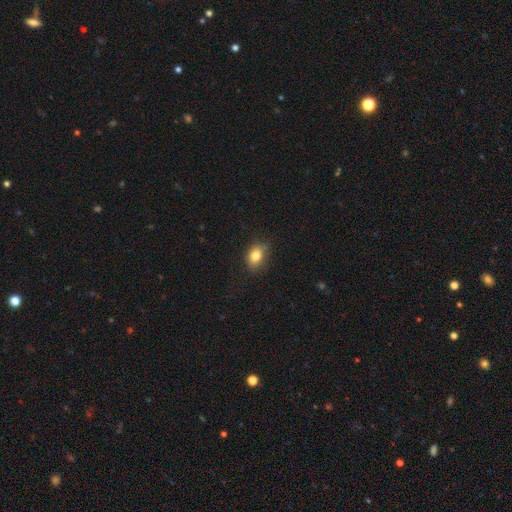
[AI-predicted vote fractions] This is clearly a smooth galaxy (82%). How rounded: likely in between (67%). Merging: likely none (79%).